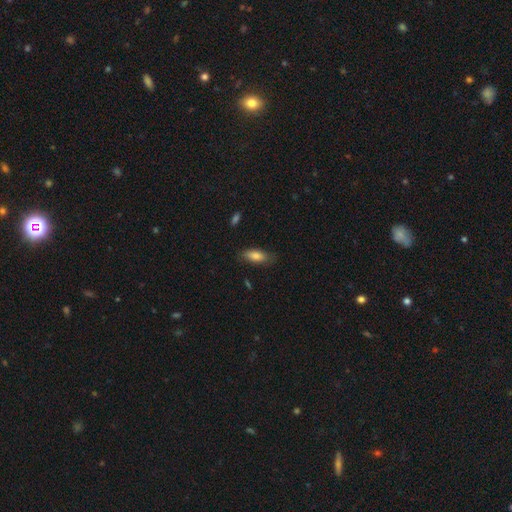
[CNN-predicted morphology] A smooth galaxy with no disk features (82%) that is in between round and cigar-shaped (76%).

Vote fractions:
- Smooth or featured? smooth: 82% / featured or disk: 11% / star or artifact: 7%
- How rounded? in between: 76% / cigar-shaped: 22% / round: 2%
- Merging? none: 78% / minor disturbance: 17% / major disturbance: 4% / merger: 1%